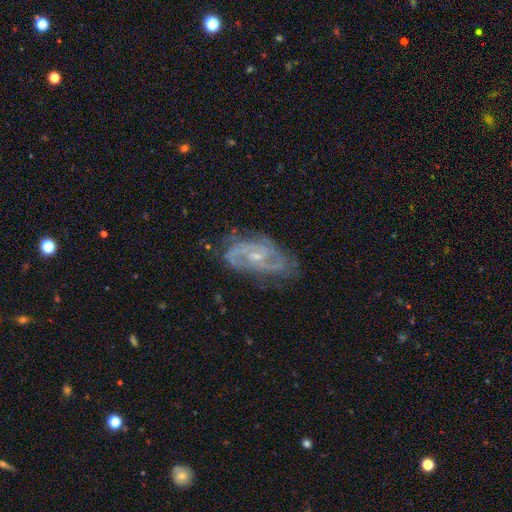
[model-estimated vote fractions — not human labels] Smooth or featured? featured or disk (83%)
Edge-on disk? no (95%)
Bar? no (52%)
Spiral arms? yes (94%)
Spiral winding? medium (47%)
Spiral arm count? 2 (56%)
Bulge size? small (66%)
Merging? none (67%)